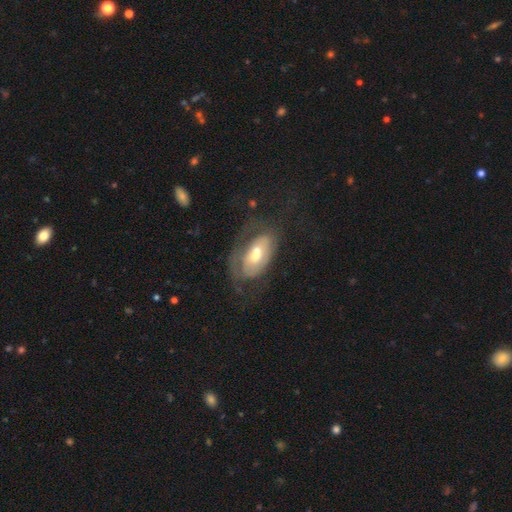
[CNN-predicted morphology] Smooth or featured? Predicted: featured or disk (p=0.62). Edge-on disk? Predicted: no (p=0.92). Bar? Predicted: no (p=0.62). Spiral arms? Predicted: yes (p=0.62). Bulge size? Predicted: moderate (p=0.64). Merging? Predicted: none (p=0.46).